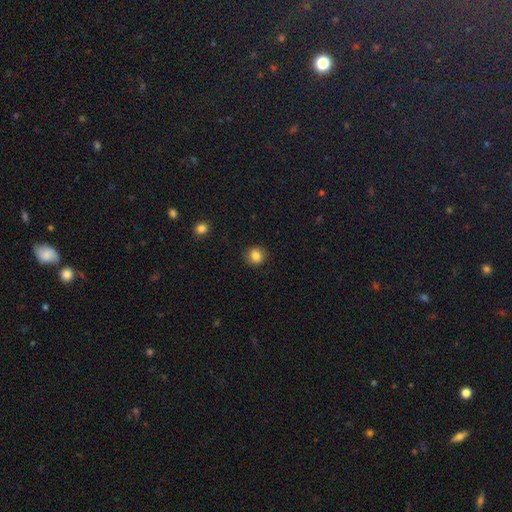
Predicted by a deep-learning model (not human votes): Overall: smooth (84%). How rounded: round (86%). Merging: none (89%).